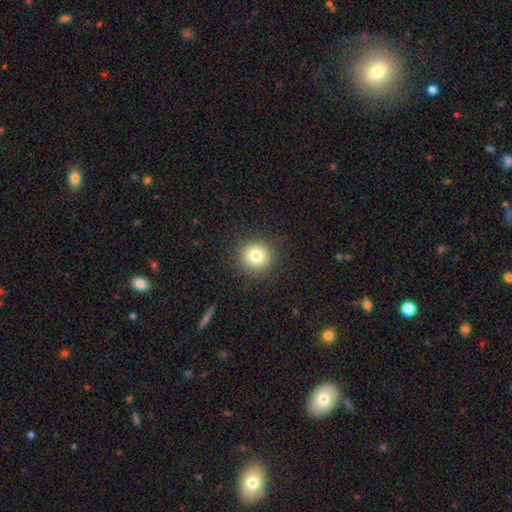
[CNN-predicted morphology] Smooth or featured?
  - smooth: 79% *
  - star or artifact: 12%
  - featured or disk: 9%
How rounded?
  - round: 94% *
  - in between: 5%
  - cigar-shaped: 1%
Merging?
  - none: 90% *
  - minor disturbance: 7%
  - major disturbance: 3%
  - merger: 1%